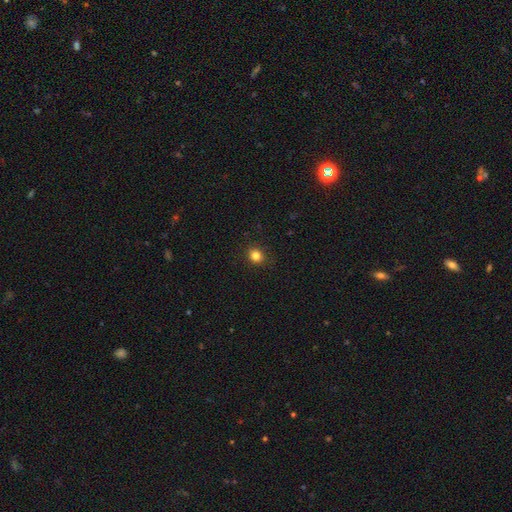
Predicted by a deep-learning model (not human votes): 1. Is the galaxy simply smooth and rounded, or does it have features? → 83% smooth, 12% star or artifact, 5% featured or disk.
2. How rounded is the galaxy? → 76% round, 24% in between, 1% cigar-shaped.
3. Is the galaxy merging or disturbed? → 89% none, 8% minor disturbance, 2% major disturbance, 1% merger.